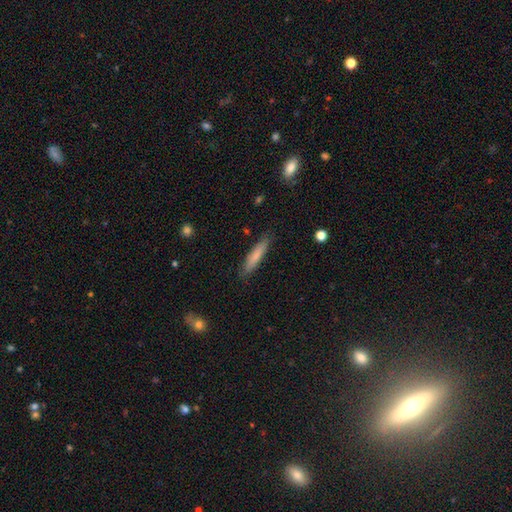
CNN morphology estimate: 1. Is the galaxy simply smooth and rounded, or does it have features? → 77% smooth, 17% featured or disk, 6% star or artifact.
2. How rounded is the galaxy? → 88% cigar-shaped, 10% in between, 1% round.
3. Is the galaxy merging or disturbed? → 86% none, 10% minor disturbance, 2% major disturbance, 1% merger.